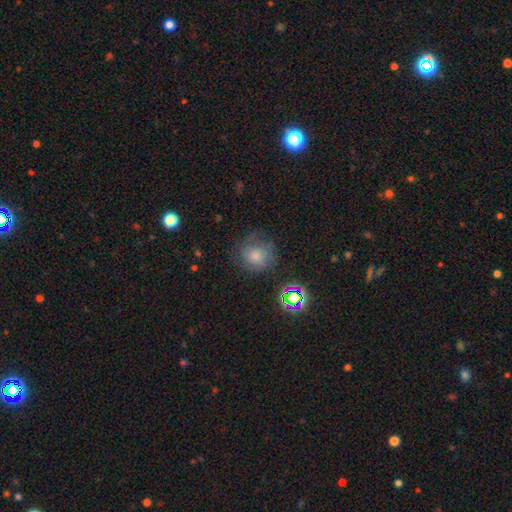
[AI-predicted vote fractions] Q: Smooth or featured?
A: smooth (54%); runner-up: star or artifact (24%)
Q: How rounded?
A: round (87%); runner-up: in between (12%)
Q: Merging?
A: none (71%); runner-up: minor disturbance (18%)